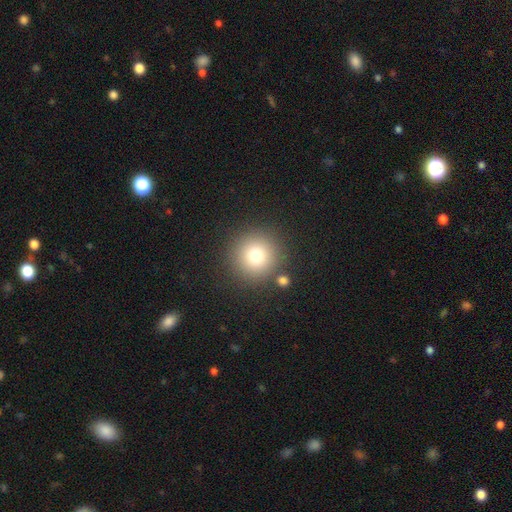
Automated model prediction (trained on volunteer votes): Smooth or featured? smooth (76%)
How rounded? round (95%)
Merging? none (85%)